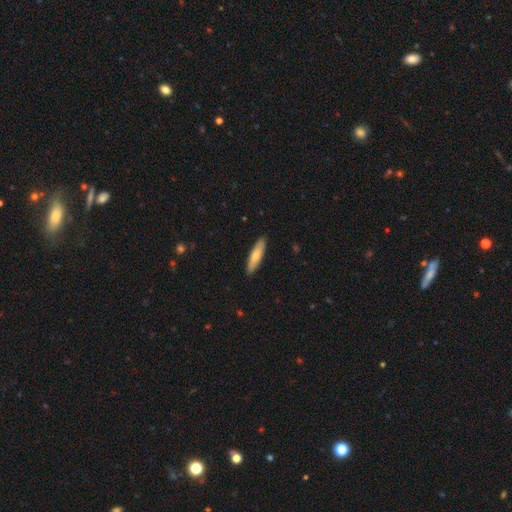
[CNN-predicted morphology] smooth_or_featured: smooth (p=0.72) [alt: featured or disk p=0.23]
how_rounded: cigar-shaped (p=0.74) [alt: in between p=0.24]
merging: none (p=0.89) [alt: minor disturbance p=0.08]